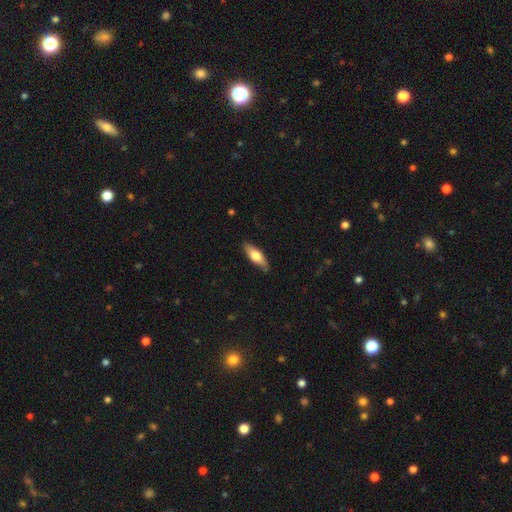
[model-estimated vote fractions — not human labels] Overall: smooth (61%; featured or disk 33%). How rounded: in between (58%; cigar-shaped 40%). Merging: none (84%).